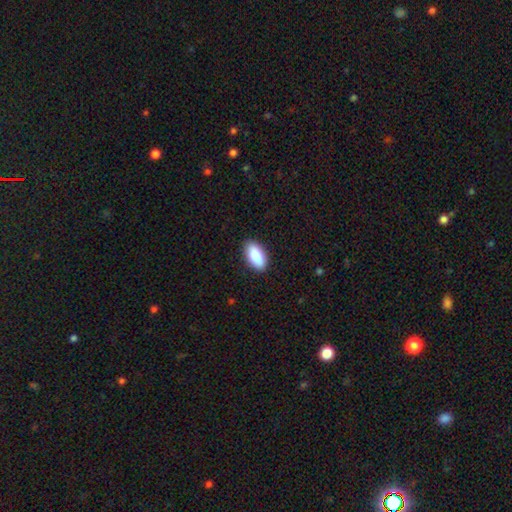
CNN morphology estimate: Overall: smooth (90%). How rounded: in between (94%). Merging: none (89%).